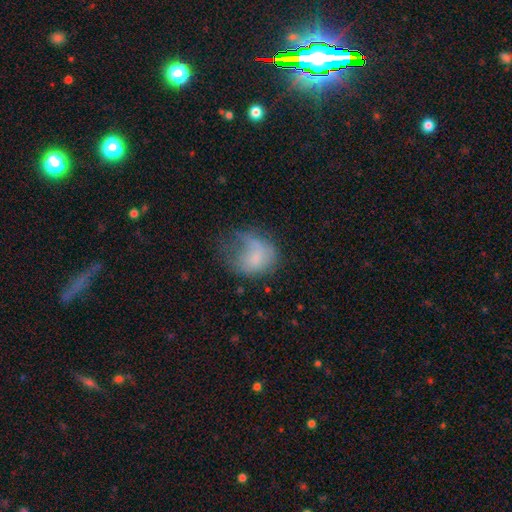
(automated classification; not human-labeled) smooth-or-featured: smooth: 63% | featured or disk: 27% | star or artifact: 10%
  how-rounded: in between: 56% | round: 43% | cigar-shaped: 1%
  merging: major disturbance: 50% | minor disturbance: 24% | none: 22% | merger: 4%